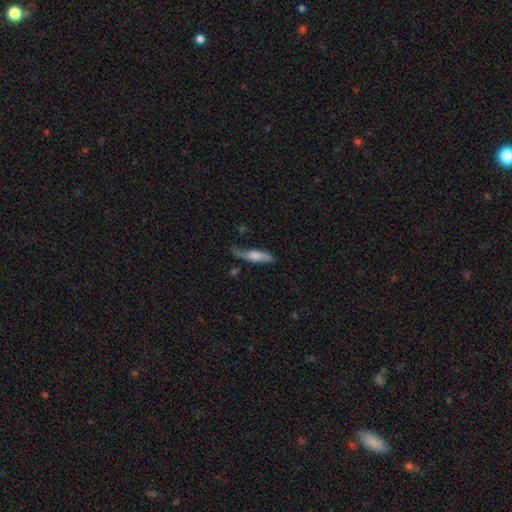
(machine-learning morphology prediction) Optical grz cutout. It shows a smooth galaxy with no disk features (58%) that is cigar-shaped (71%). Merging: none (52%).